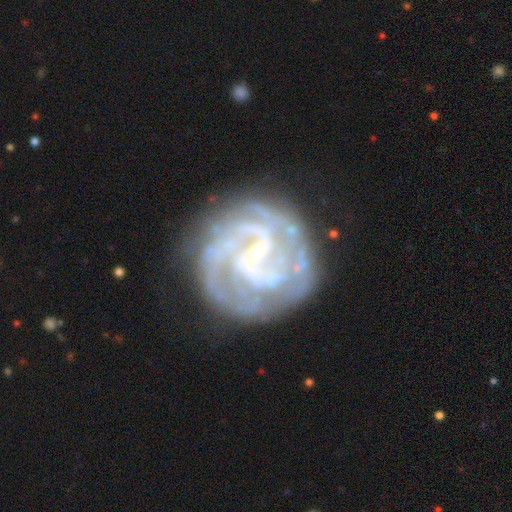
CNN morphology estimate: This is clearly a featured or disk galaxy (87%). It is clearly not viewed edge-on (98%). Bar: marginally weak (44%). Spiral arm pattern: clearly yes (92%). Spiral arm count: marginally 2 (33%). Spiral winding: possibly tight (54%). Central bulge: likely small (74%). Merging: likely none (73%).